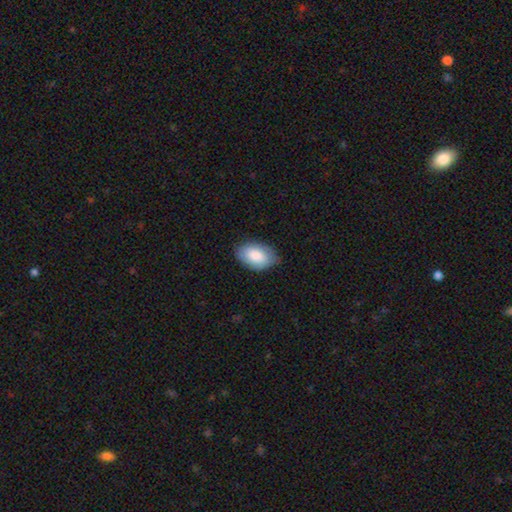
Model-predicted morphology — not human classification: type=smooth (86%); roundness=in between (93%); merging=none (77%).